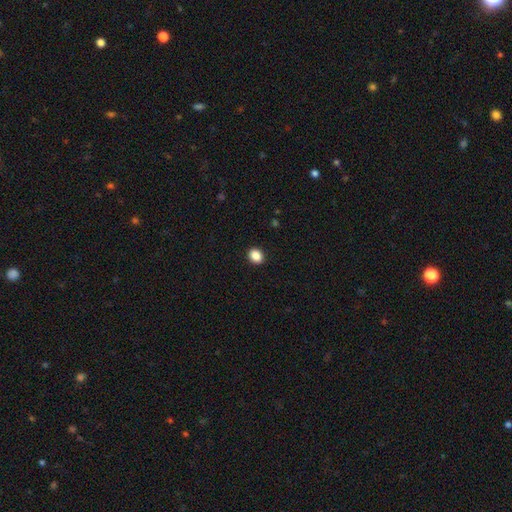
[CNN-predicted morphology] A smooth galaxy with no disk features (88%) that is round (57%).

Vote fractions:
- Smooth or featured? smooth: 88% / star or artifact: 9% / featured or disk: 3%
- How rounded? round: 57% / in between: 42% / cigar-shaped: 1%
- Merging? none: 92% / minor disturbance: 6% / major disturbance: 2% / merger: 1%